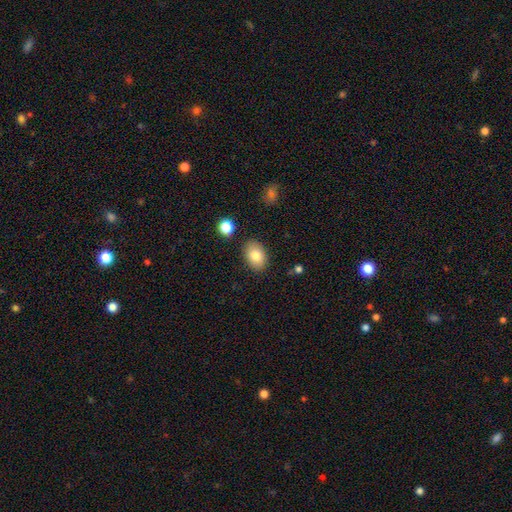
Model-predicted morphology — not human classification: Smooth or featured? smooth (81%)
How rounded? in between (84%)
Merging? none (87%)